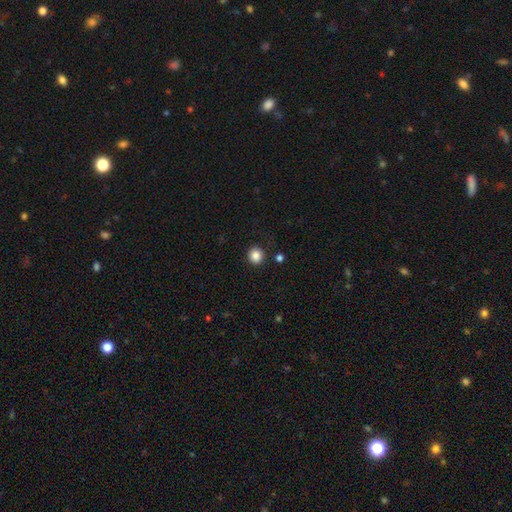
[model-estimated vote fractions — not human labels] Overall: smooth (86%). How rounded: round (90%). Merging: none (90%).